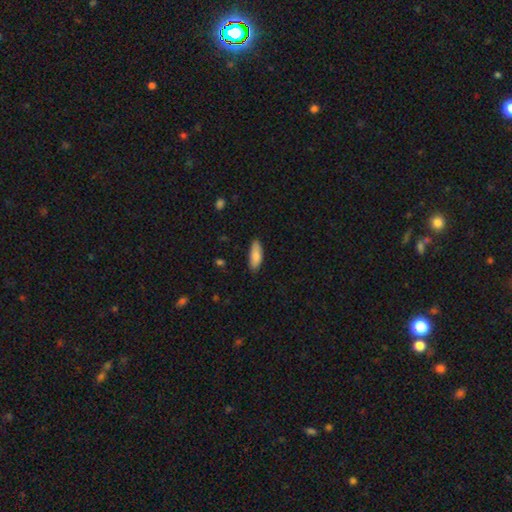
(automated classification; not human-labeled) This is clearly a smooth galaxy (85%). How rounded: likely in between (69%). Merging: clearly none (84%).